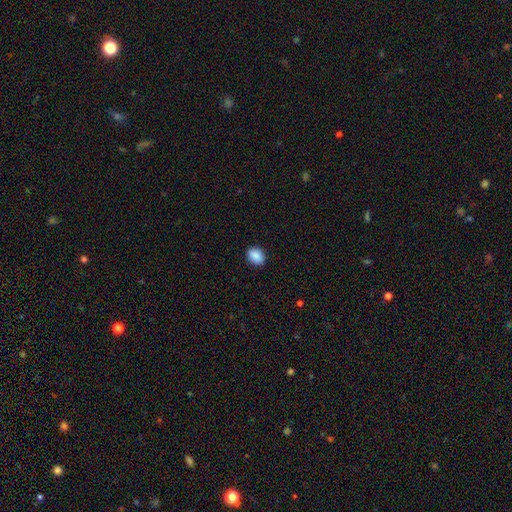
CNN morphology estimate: A smooth galaxy with no disk features (89%) that is in between round and cigar-shaped (62%).

Vote fractions:
- Smooth or featured? smooth: 89% / star or artifact: 8% / featured or disk: 3%
- How rounded? in between: 62% / round: 37% / cigar-shaped: 1%
- Merging? none: 89% / minor disturbance: 8% / major disturbance: 2% / merger: 1%